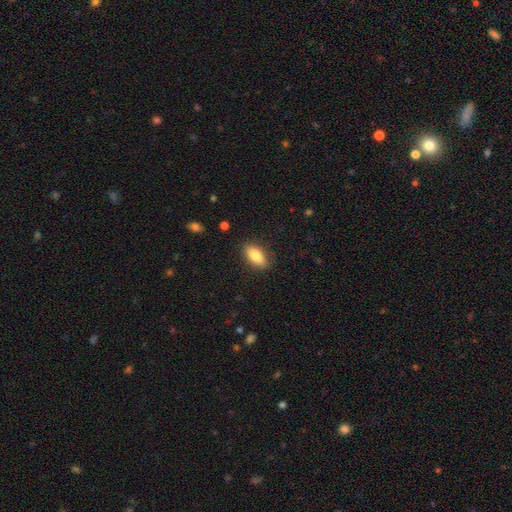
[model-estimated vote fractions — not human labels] smooth_or_featured: smooth (p=0.83) [alt: featured or disk p=0.10]
how_rounded: in between (p=0.84) [alt: cigar-shaped p=0.13]
merging: none (p=0.86) [alt: minor disturbance p=0.10]